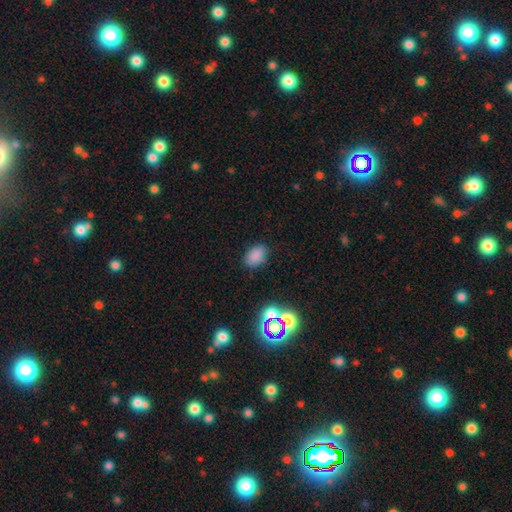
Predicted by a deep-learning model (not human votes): smooth-or-featured: smooth: 81% | star or artifact: 14% | featured or disk: 5%
  how-rounded: in between: 84% | round: 15% | cigar-shaped: 1%
  merging: none: 81% | minor disturbance: 13% | major disturbance: 4% | merger: 2%